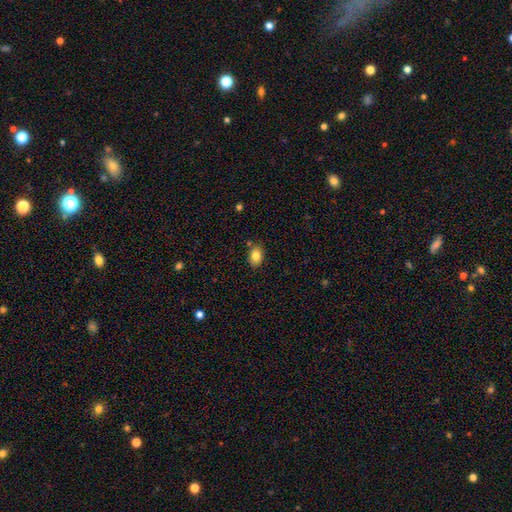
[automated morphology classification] type=smooth (84%); roundness=in between (75%); merging=none (79%).